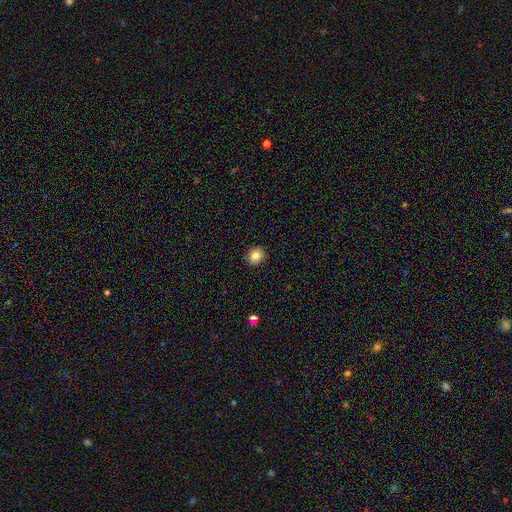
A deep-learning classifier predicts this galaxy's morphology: This is clearly a smooth galaxy (84%). How rounded: likely round (72%). Merging: clearly none (91%).